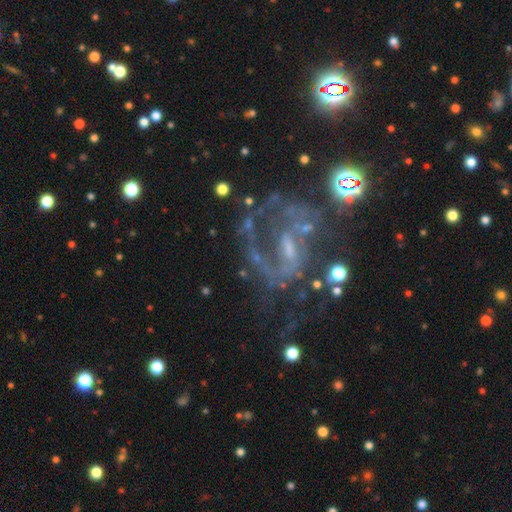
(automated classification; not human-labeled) Smooth or featured: featured or disk — 77% (star or artifact — 15%)
Edge-on disk: no — 97% (yes — 3%)
Bar: weak — 45% (no — 27%)
Spiral arms: yes — 78% (no — 22%)
Spiral winding: medium — 46% (loose — 28%)
Spiral arm count: 2 — 45% (can't tell — 25%)
Bulge size: small — 44% (none — 32%)
Merging: none — 45% (major disturbance — 31%)